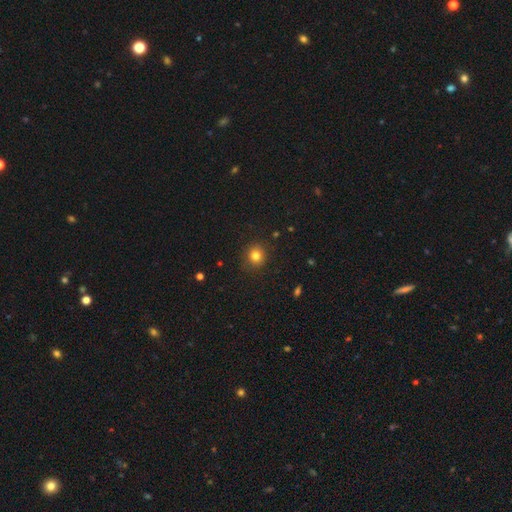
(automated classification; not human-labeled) This appears to be a smooth galaxy with no disk features (81%) that is round (87%). Merging: none (89%).